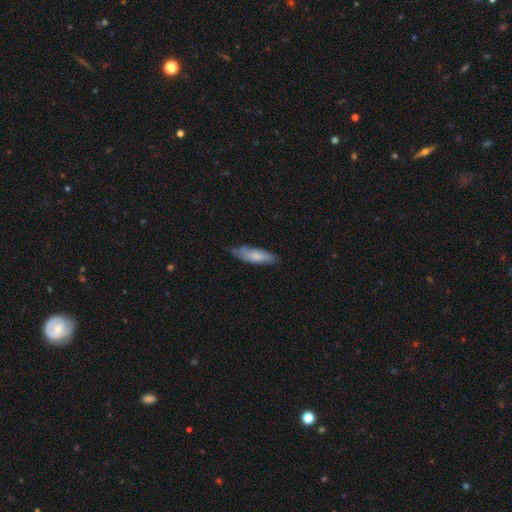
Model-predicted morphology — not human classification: This appears to be a smooth galaxy with no disk features (70%) that is in between round and cigar-shaped (51%). Merging: none (64%).